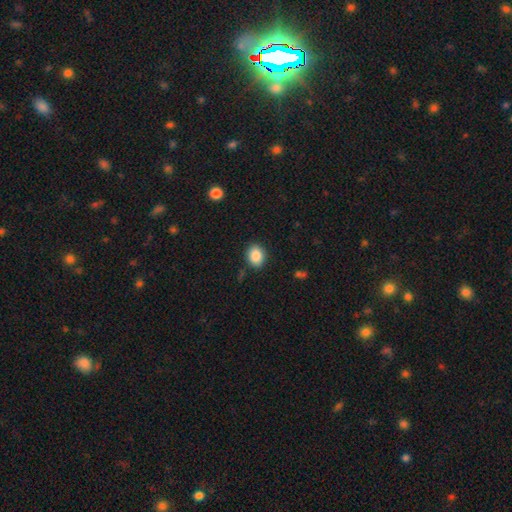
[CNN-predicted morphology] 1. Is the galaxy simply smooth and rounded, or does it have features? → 87% smooth, 8% star or artifact, 4% featured or disk.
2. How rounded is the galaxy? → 56% in between, 43% round, 1% cigar-shaped.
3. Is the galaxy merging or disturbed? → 87% none, 9% minor disturbance, 2% major disturbance, 2% merger.